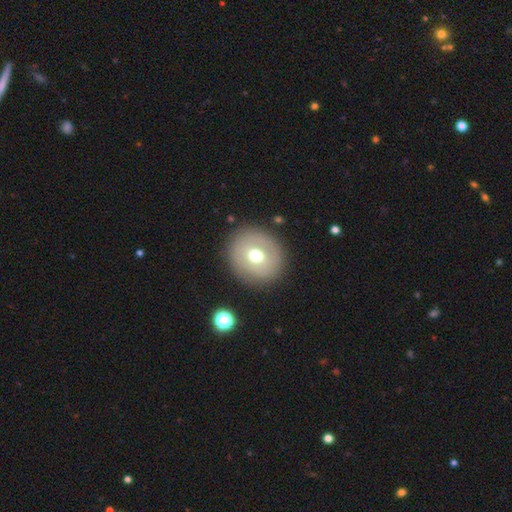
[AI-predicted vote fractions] Smooth or featured?
  - smooth: 61% *
  - featured or disk: 29%
  - star or artifact: 10%
How rounded?
  - round: 80% *
  - in between: 19%
  - cigar-shaped: 1%
Merging?
  - none: 85% *
  - minor disturbance: 9%
  - major disturbance: 4%
  - merger: 2%